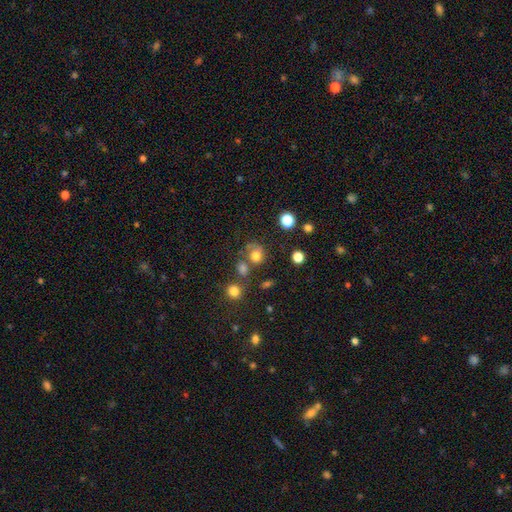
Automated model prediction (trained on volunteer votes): smooth 72%, star or artifact 15%, featured or disk 14%. Down the decision tree: how rounded — round (70%); merging — none (46%).